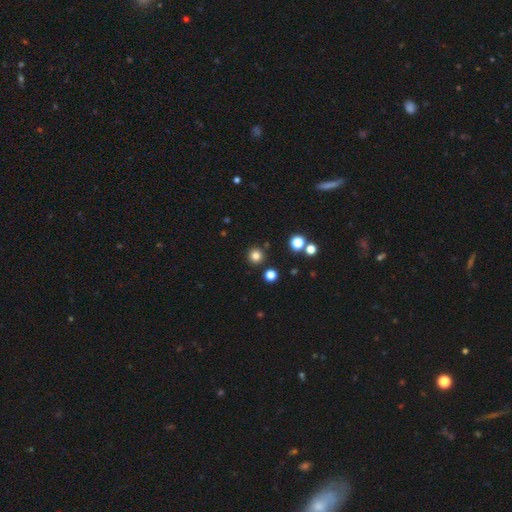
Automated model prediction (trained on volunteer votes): Morphology: type=smooth (81%); roundness=round (95%); merging=none (89%).